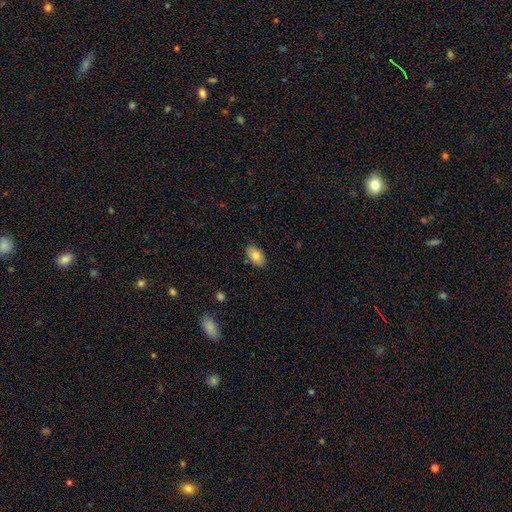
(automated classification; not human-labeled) Smooth or featured? smooth (78%)
How rounded? in between (92%)
Merging? none (86%)